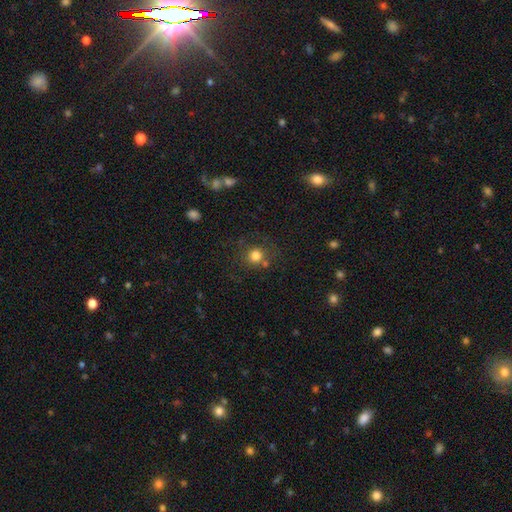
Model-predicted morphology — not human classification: Q: Smooth or featured?
A: smooth (80%); runner-up: star or artifact (13%)
Q: How rounded?
A: round (89%); runner-up: in between (10%)
Q: Merging?
A: none (72%); runner-up: minor disturbance (12%)